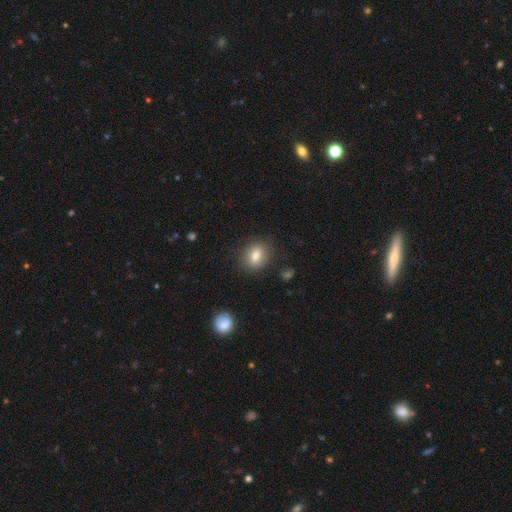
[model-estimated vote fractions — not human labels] Morphology: type=smooth (79%); roundness=in between (53%); merging=none (84%).